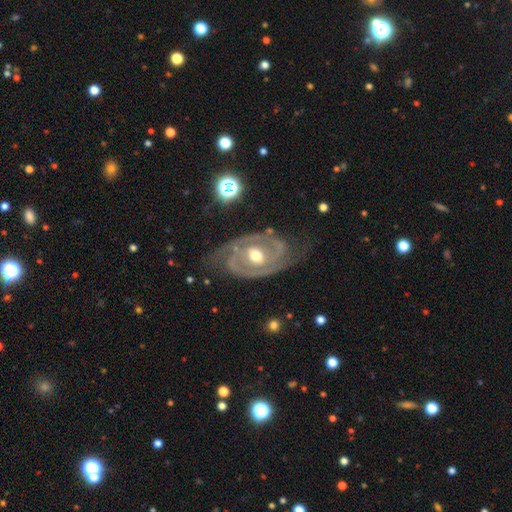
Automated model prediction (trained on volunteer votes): Smooth or featured: featured or disk — 90% (smooth — 6%)
Edge-on disk: no — 96% (yes — 4%)
Bar: no — 51% (weak — 34%)
Spiral arms: yes — 91% (no — 9%)
Spiral winding: tight — 52% (medium — 36%)
Spiral arm count: 2 — 83% (can't tell — 7%)
Bulge size: moderate — 78% (small — 12%)
Merging: none — 68% (minor disturbance — 20%)